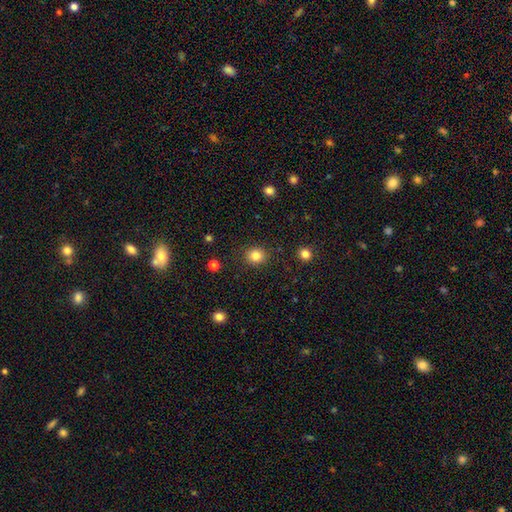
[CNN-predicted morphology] A smooth galaxy with no disk features (83%) that is round (79%). Merging: none (89%).